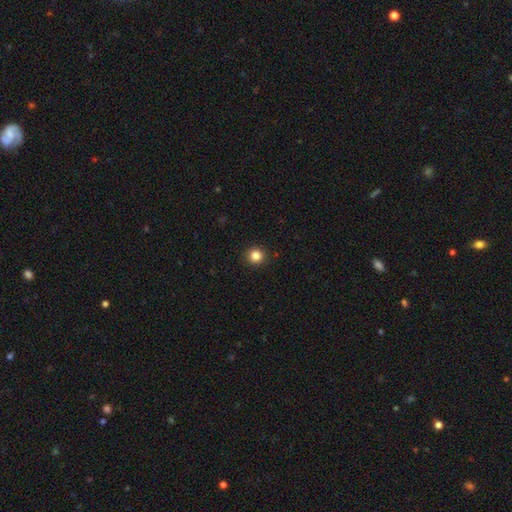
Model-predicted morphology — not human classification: A smooth galaxy with no disk features (85%) that is round (92%).

Vote fractions:
- Smooth or featured? smooth: 85% / star or artifact: 11% / featured or disk: 4%
- How rounded? round: 92% / in between: 7% / cigar-shaped: 1%
- Merging? none: 92% / minor disturbance: 5% / major disturbance: 2% / merger: 1%